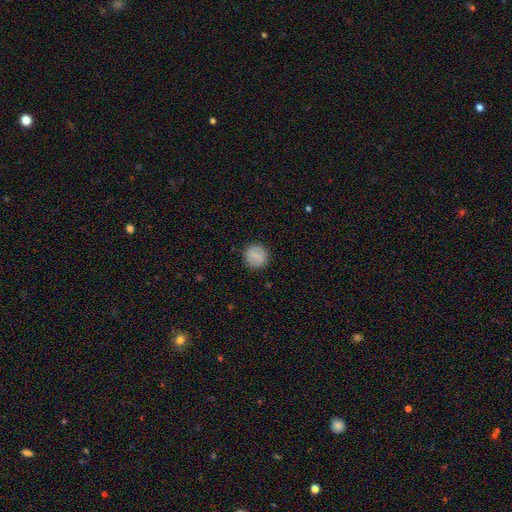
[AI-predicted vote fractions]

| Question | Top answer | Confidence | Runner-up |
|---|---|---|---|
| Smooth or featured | smooth | 79% | featured or disk (13%) |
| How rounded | round | 93% | in between (6%) |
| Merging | none | 90% | minor disturbance (7%) |